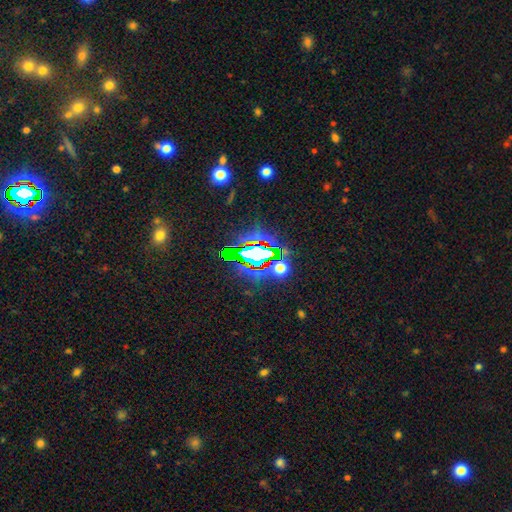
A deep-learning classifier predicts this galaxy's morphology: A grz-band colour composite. It shows a star or artifact, not a galaxy (69%).